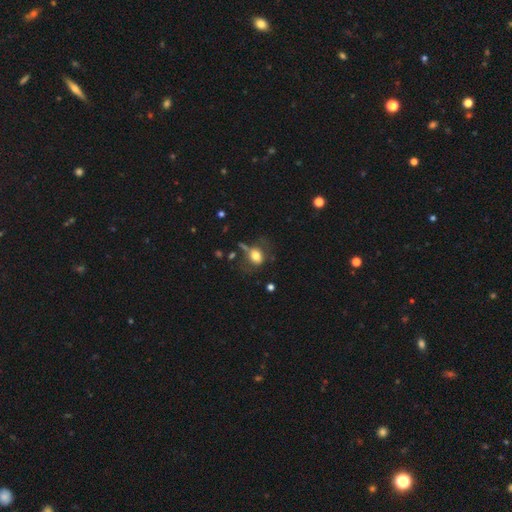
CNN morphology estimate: Smooth or featured?
  - smooth: 72% *
  - featured or disk: 18%
  - star or artifact: 10%
How rounded?
  - in between: 61% *
  - round: 37%
  - cigar-shaped: 2%
Merging?
  - none: 44% *
  - minor disturbance: 25%
  - major disturbance: 23%
  - merger: 9%